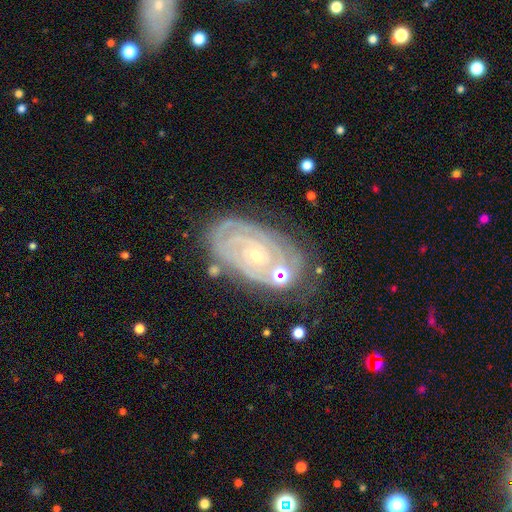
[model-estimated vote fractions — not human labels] smooth-or-featured: featured or disk: 87% | smooth: 7% | star or artifact: 6%
  disk-edge-on: no: 96% | yes: 4%
    bar: no: 79% | weak: 16% | strong: 6%
    has-spiral-arms: yes: 96% | no: 4%
      spiral-winding: tight: 83% | medium: 14% | loose: 3%
      spiral-arm-count: 2: 27% (tied) | can't tell: 27% (tied) | 3: 21% | 4: 13% | more than 4: 6% | 1: 5%
    bulge-size: small: 77% | moderate: 19% | none: 1% | large: 1% | dominant: 1%
  merging: none: 69% | minor disturbance: 19% | major disturbance: 7% | merger: 5%